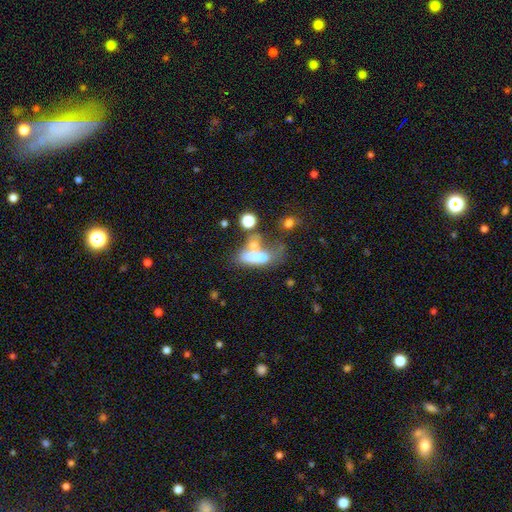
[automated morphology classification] This is possibly a smooth galaxy (51%). How rounded: possibly in between (57%). Merging: possibly merger (50%).